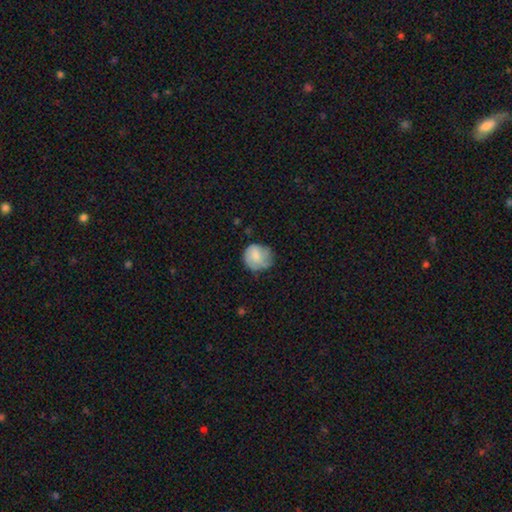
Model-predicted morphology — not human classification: A smooth galaxy with no disk features (65%) that is round (83%).

Vote fractions:
- Smooth or featured? smooth: 65% / featured or disk: 27% / star or artifact: 7%
- How rounded? round: 83% / in between: 17% / cigar-shaped: 1%
- Merging? none: 58% / minor disturbance: 29% / major disturbance: 11% / merger: 2%